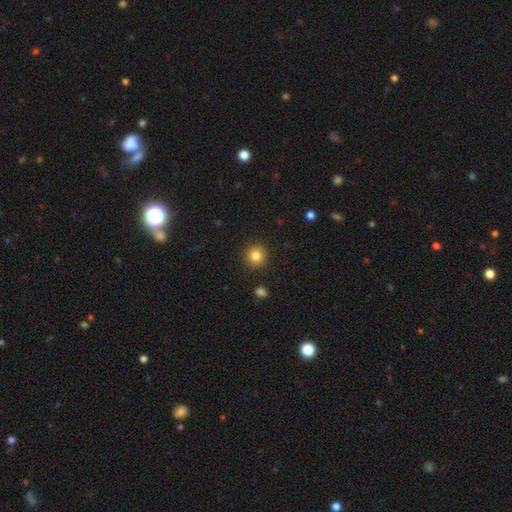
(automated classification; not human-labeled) Smooth or featured: smooth — 84% (star or artifact — 11%)
How rounded: round — 93% (in between — 6%)
Merging: none — 91% (minor disturbance — 6%)